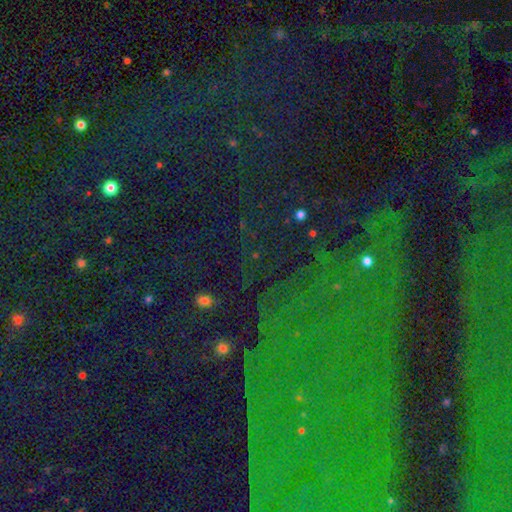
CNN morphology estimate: Smooth or featured: star or artifact — 70% (smooth — 21%)